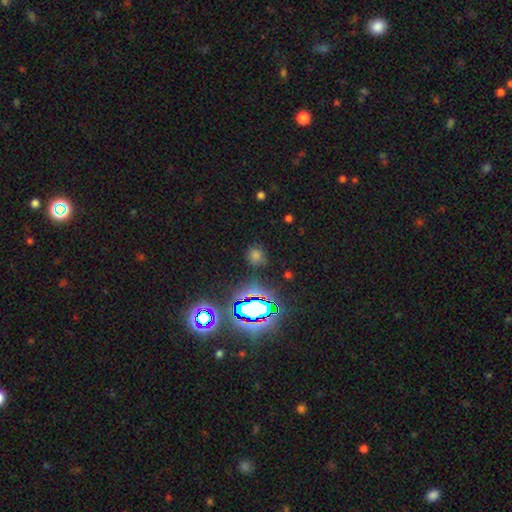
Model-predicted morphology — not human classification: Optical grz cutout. It shows a smooth galaxy with no disk features (49%). Merging: none (82%).